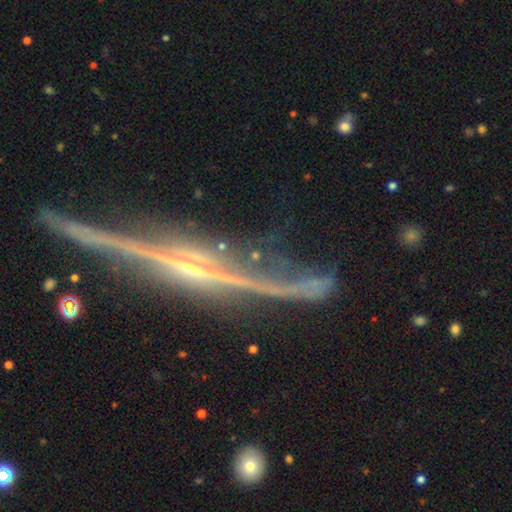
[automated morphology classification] The model was most divided on "edge-on bulge": rounded: 57%, none: 28%, boxy: 14%. More confident: edge-on disk — yes (75%); smooth or featured — featured or disk (69%); merging — none (54%).